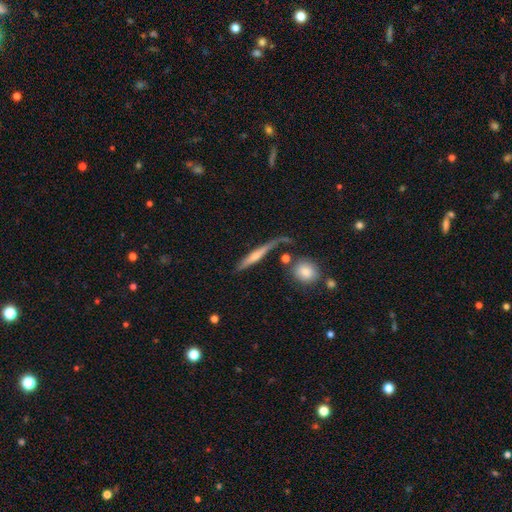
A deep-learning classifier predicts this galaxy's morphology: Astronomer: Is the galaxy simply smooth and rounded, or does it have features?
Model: smooth — 50% (runner-up: featured or disk, 43%).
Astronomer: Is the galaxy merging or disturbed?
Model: none — 60%.